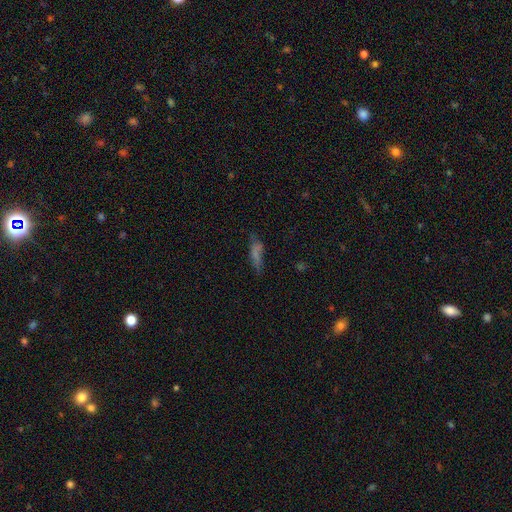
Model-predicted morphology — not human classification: smooth 54%, featured or disk 27%, star or artifact 19%. Down the decision tree: how rounded — cigar-shaped (69%); merging — none (63%).